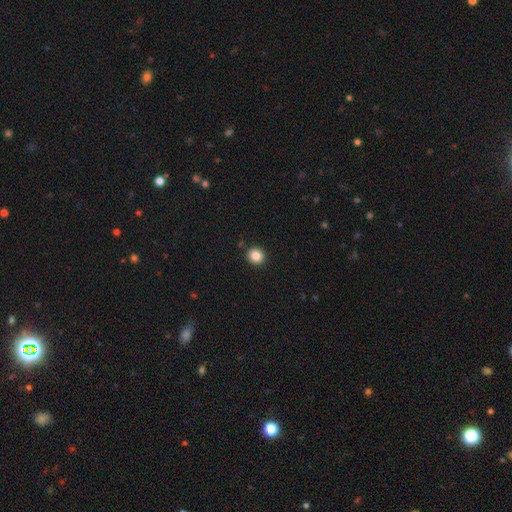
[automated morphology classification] Smooth or featured: smooth — 86% (star or artifact — 10%)
How rounded: round — 88% (in between — 12%)
Merging: none — 91% (minor disturbance — 5%)